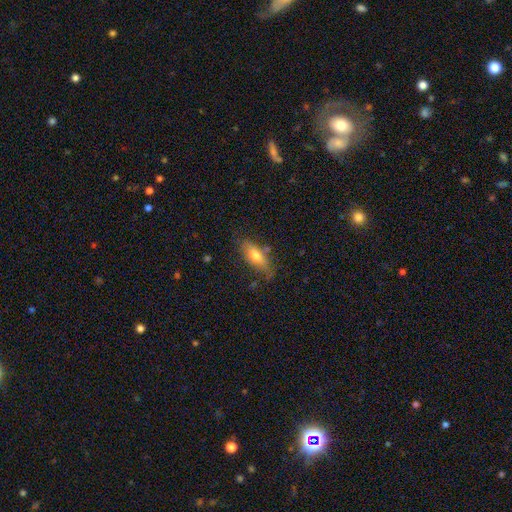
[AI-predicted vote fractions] Smooth or featured?
  - smooth: 67% *
  - featured or disk: 26%
  - star or artifact: 7%
How rounded?
  - in between: 71% *
  - cigar-shaped: 25%
  - round: 4%
Merging?
  - none: 69% *
  - minor disturbance: 21%
  - major disturbance: 5%
  - merger: 4%